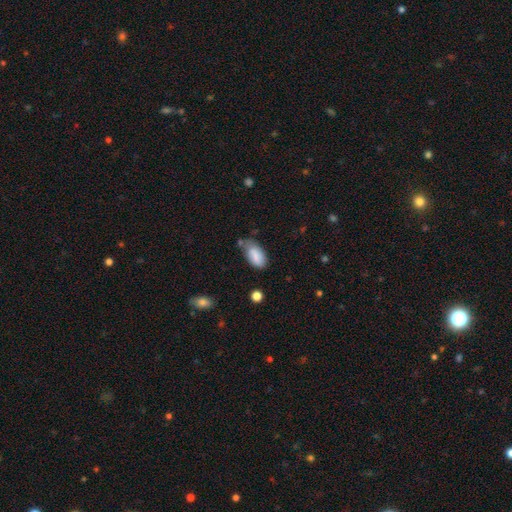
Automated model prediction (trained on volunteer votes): smooth 82%, featured or disk 11%, star or artifact 7%. Down the decision tree: how rounded — in between (93%); merging — none (51%).